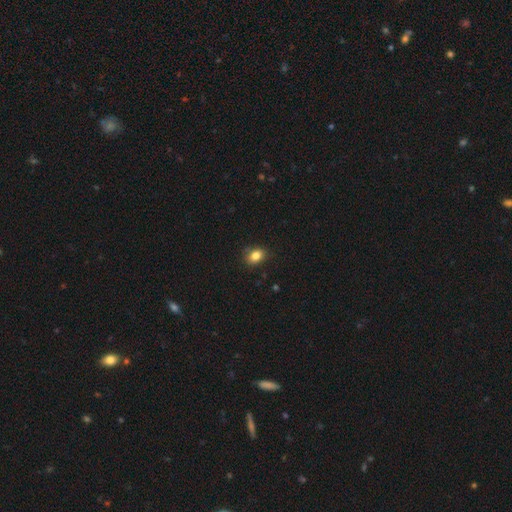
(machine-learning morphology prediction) type=smooth (84%); roundness=in between (69%); merging=none (82%).